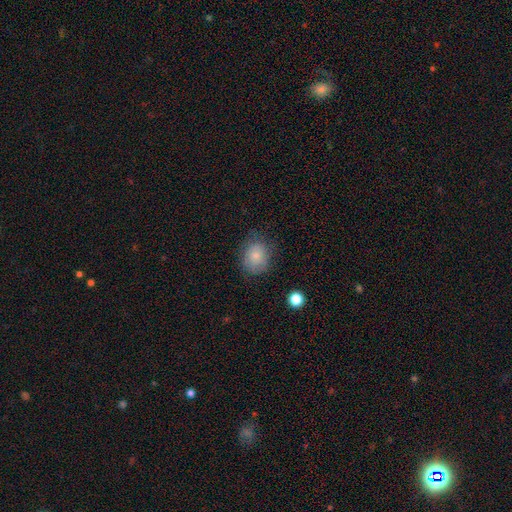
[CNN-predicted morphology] Smooth or featured?
  - smooth: 79% *
  - featured or disk: 13%
  - star or artifact: 8%
How rounded?
  - round: 60% *
  - in between: 39%
  - cigar-shaped: 1%
Merging?
  - none: 70% *
  - minor disturbance: 21%
  - major disturbance: 7%
  - merger: 1%